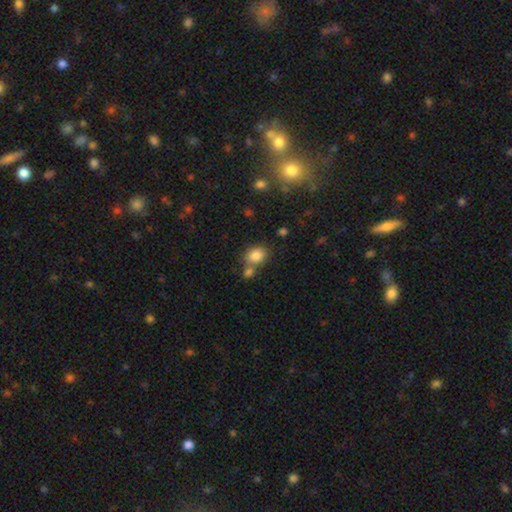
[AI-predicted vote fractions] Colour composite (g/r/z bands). It shows a smooth galaxy with no disk features (84%) that is in between round and cigar-shaped (57%). Merging: none (57%).